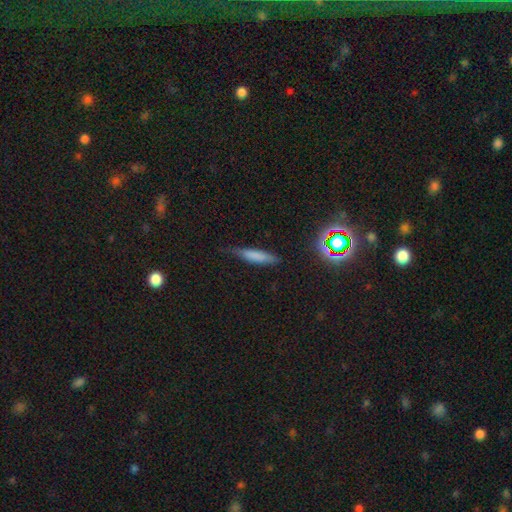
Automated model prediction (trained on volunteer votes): Smooth or featured? smooth (73%)
How rounded? cigar-shaped (78%)
Merging? none (70%)